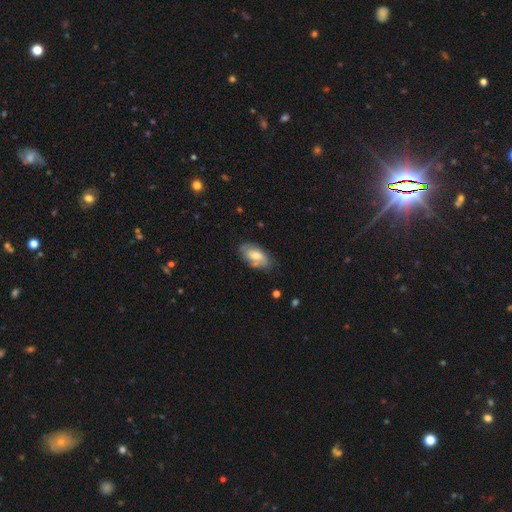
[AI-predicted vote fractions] Smooth or featured? smooth (57%)
How rounded? in between (93%)
Merging? none (73%)